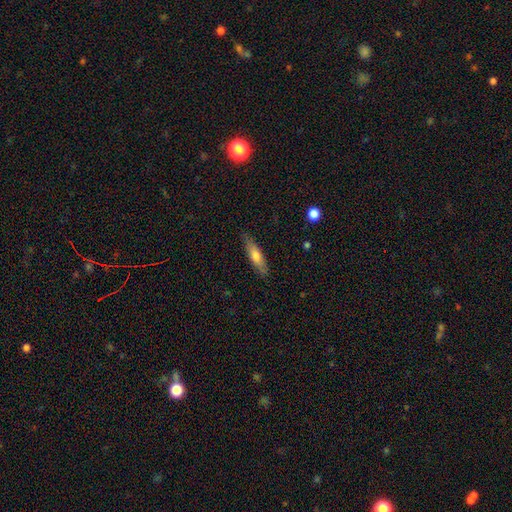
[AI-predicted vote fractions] This is likely a smooth galaxy (63%). How rounded: likely cigar-shaped (71%). Merging: clearly none (83%).